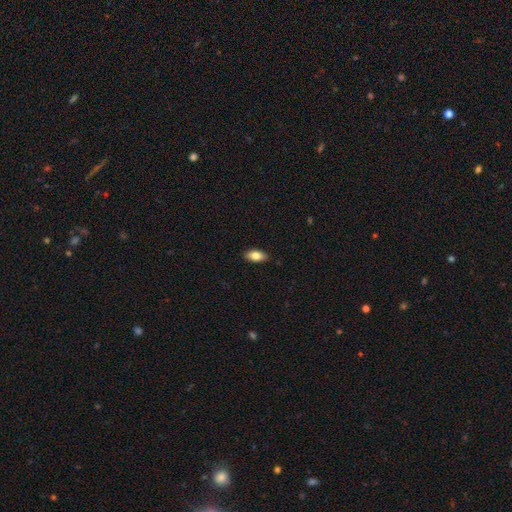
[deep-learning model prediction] A smooth galaxy with no disk features (83%) that is in between round and cigar-shaped (91%).

Vote fractions:
- Smooth or featured? smooth: 83% / featured or disk: 10% / star or artifact: 7%
- How rounded? in between: 91% / cigar-shaped: 6% / round: 3%
- Merging? none: 88% / minor disturbance: 9% / major disturbance: 2% / merger: 1%